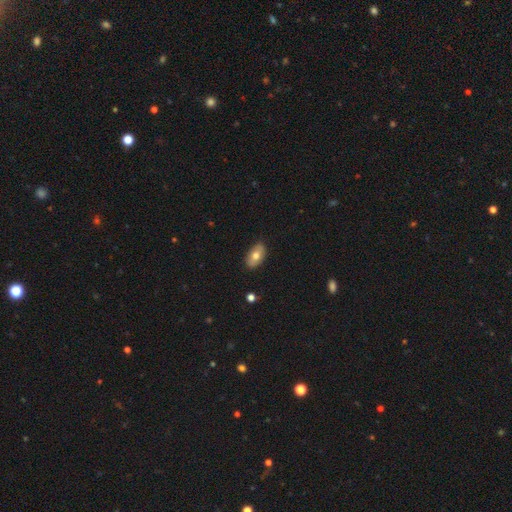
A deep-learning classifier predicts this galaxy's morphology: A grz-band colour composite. It shows a smooth galaxy with no disk features (71%) that is in between round and cigar-shaped (92%). Merging: none (85%).